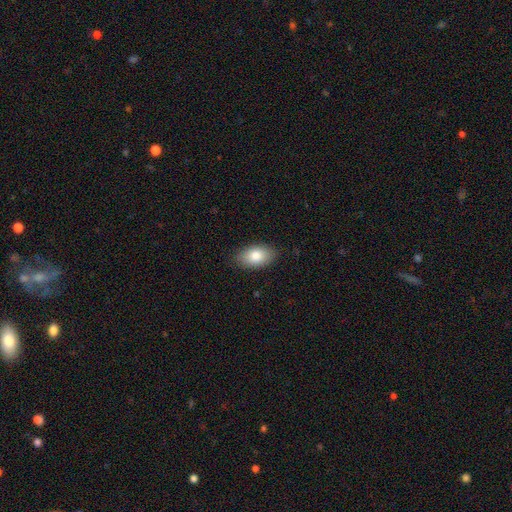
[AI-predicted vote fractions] A smooth galaxy with no disk features (83%) that is in between round and cigar-shaped (93%).

Vote fractions:
- Smooth or featured? smooth: 83% / featured or disk: 11% / star or artifact: 7%
- How rounded? in between: 93% / round: 6% / cigar-shaped: 2%
- Merging? none: 86% / minor disturbance: 11% / major disturbance: 2% / merger: 1%